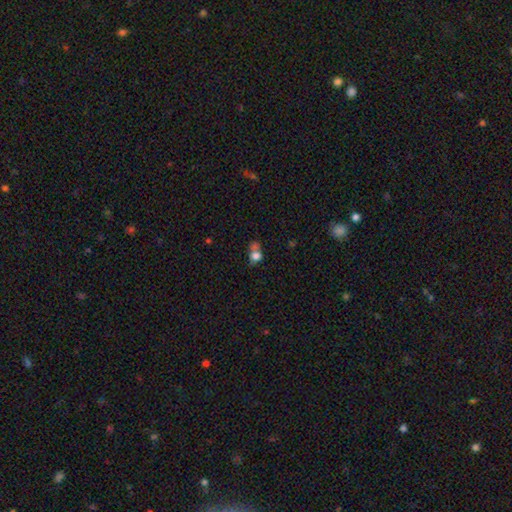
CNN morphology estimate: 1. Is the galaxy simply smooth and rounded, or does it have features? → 71% smooth, 15% featured or disk, 14% star or artifact.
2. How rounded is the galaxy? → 54% round, 44% in between, 2% cigar-shaped.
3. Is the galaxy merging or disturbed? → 44% merger, 29% none, 14% minor disturbance, 13% major disturbance.